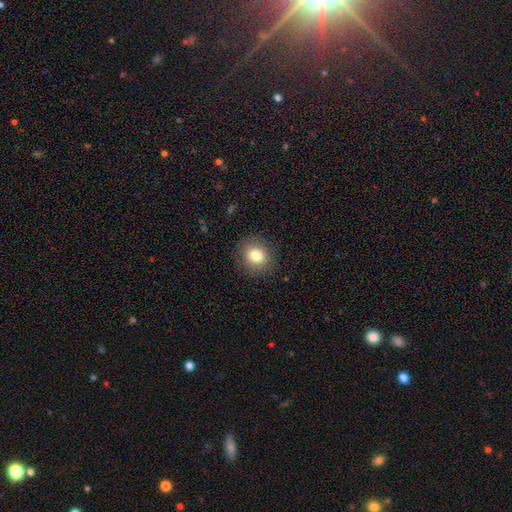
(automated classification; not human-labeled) Overall: smooth (80%). How rounded: round (81%). Merging: none (88%).